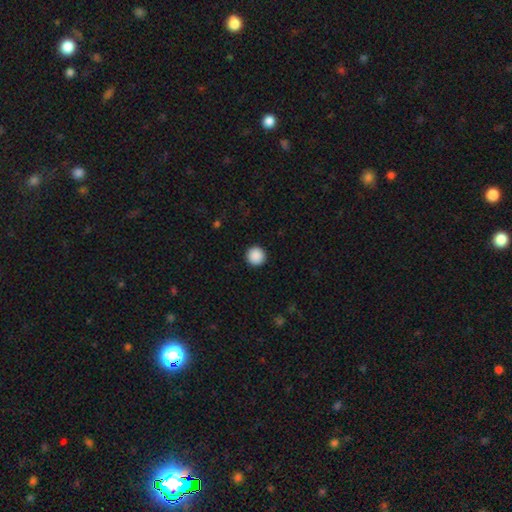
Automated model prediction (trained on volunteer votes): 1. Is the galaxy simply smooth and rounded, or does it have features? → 90% smooth, 8% star or artifact, 2% featured or disk.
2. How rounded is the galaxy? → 96% round, 3% in between, 1% cigar-shaped.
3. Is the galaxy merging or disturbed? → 93% none, 4% minor disturbance, 2% major disturbance, 1% merger.